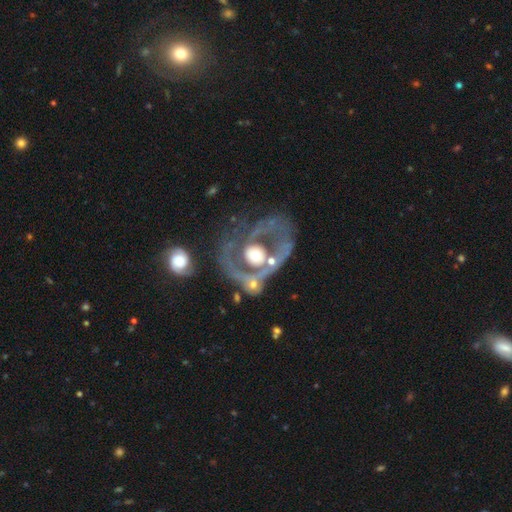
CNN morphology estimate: Overall: featured or disk (70%). Edge-on disk: no (95%). Bar: no (82%). Spiral arms: no (58%; yes 42%). Bulge size: moderate (62%). Merging: none (36%; major disturbance 26%).